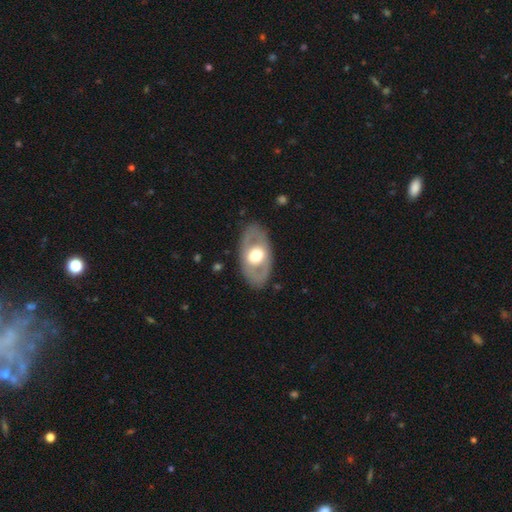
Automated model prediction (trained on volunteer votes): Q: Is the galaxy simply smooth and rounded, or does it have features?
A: featured or disk — 58%.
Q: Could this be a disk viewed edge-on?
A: no — 87%.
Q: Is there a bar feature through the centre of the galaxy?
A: no — 71%.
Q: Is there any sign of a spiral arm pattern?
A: no — 79%.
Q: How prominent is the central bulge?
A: moderate — 56%.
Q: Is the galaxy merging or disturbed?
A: none — 84%.